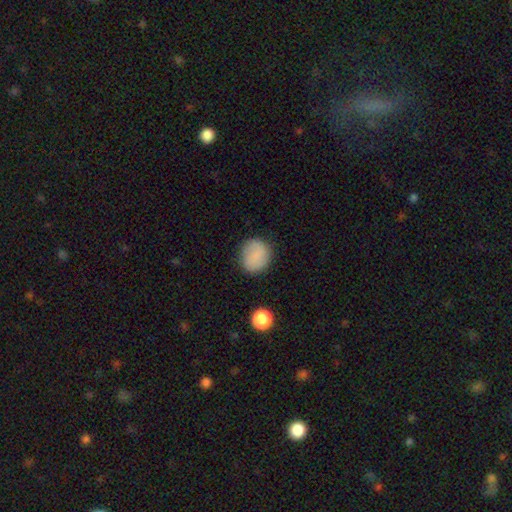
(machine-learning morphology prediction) Smooth or featured: smooth — 80% (featured or disk — 12%)
How rounded: round — 81% (in between — 18%)
Merging: none — 81% (minor disturbance — 14%)